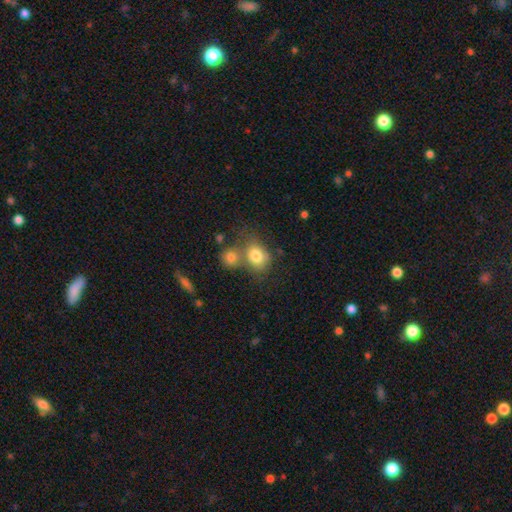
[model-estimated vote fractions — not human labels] Q: Smooth or featured?
A: smooth (79%); runner-up: featured or disk (11%)
Q: How rounded?
A: in between (51%); runner-up: round (48%)
Q: Merging?
A: merger (41%); runner-up: none (40%)